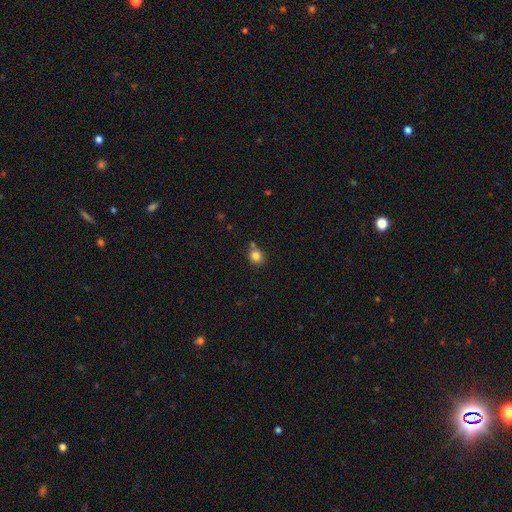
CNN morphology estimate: smooth_or_featured: smooth (p=0.83) [alt: star or artifact p=0.11]
how_rounded: round (p=0.80) [alt: in between p=0.19]
merging: none (p=0.67) [alt: merger p=0.16]